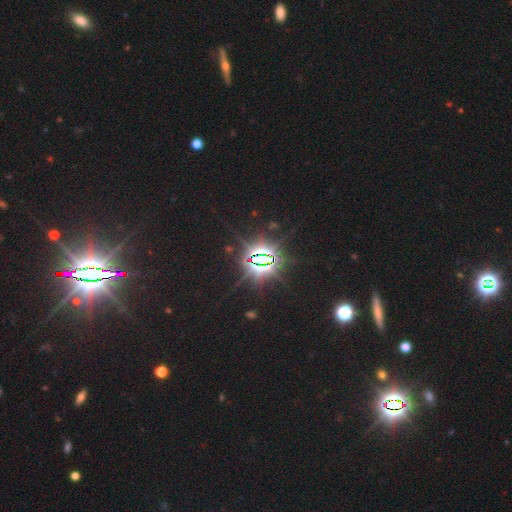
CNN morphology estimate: Q: Smooth or featured?
A: star or artifact (86%); runner-up: smooth (7%)